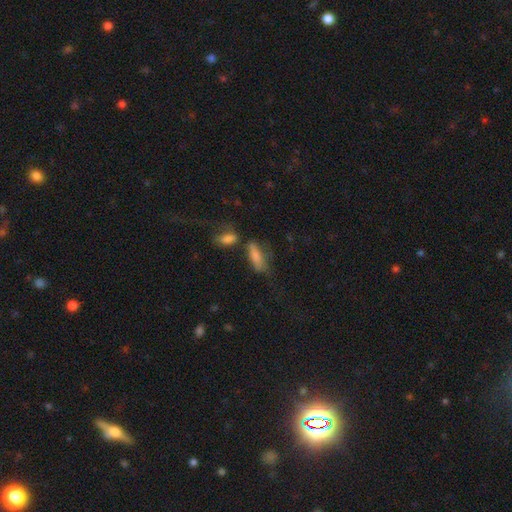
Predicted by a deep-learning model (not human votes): smooth-or-featured: smooth: 67% | featured or disk: 21% | star or artifact: 12%
  how-rounded: in between: 52% | cigar-shaped: 45% | round: 4%
  merging: none: 42% | merger: 23% | minor disturbance: 20% | major disturbance: 14%